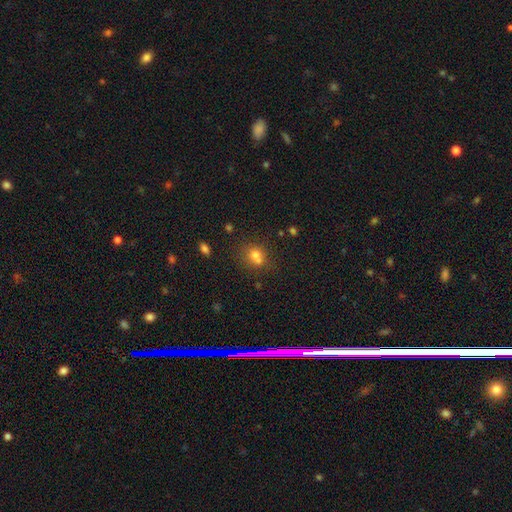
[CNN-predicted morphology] smooth_or_featured: smooth (p=0.70) [alt: star or artifact p=0.15]
how_rounded: round (p=0.65) [alt: in between p=0.33]
merging: merger (p=0.43) [alt: none p=0.40]